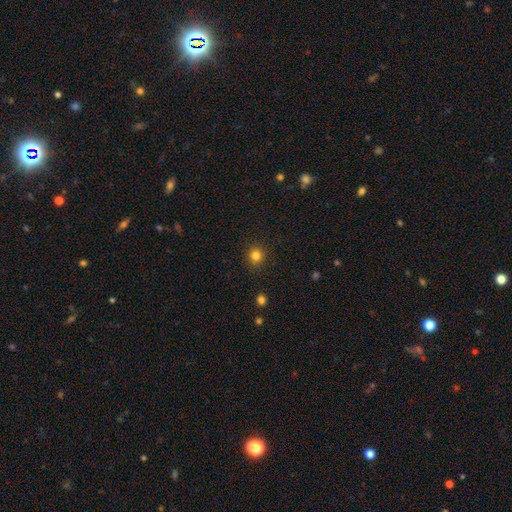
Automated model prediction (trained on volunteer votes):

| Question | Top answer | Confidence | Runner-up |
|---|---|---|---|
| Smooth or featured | smooth | 82% | star or artifact (13%) |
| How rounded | round | 89% | in between (10%) |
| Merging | none | 90% | minor disturbance (6%) |